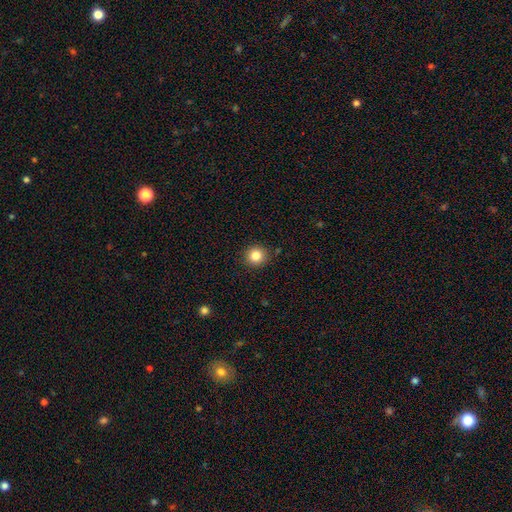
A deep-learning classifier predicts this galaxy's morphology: type=smooth (84%); roundness=round (92%); merging=none (90%).